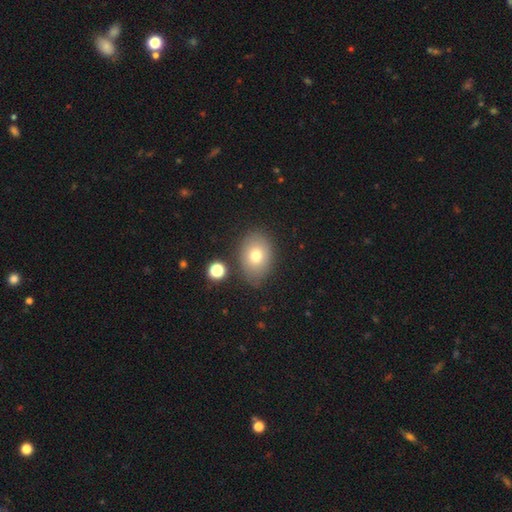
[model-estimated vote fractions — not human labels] This is likely a smooth galaxy (75%). How rounded: likely in between (69%). Merging: likely none (76%).